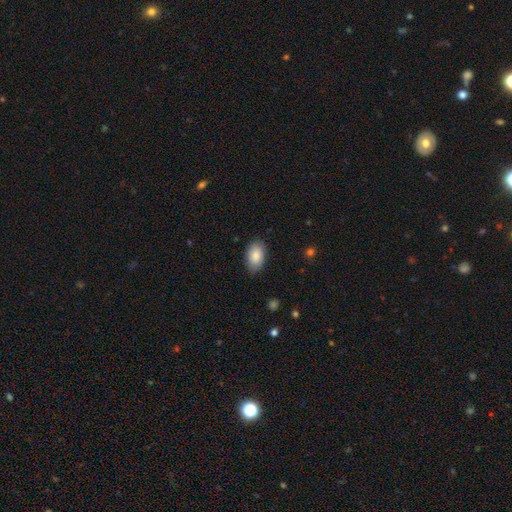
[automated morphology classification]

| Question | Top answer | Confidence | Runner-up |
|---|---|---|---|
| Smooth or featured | smooth | 86% | featured or disk (7%) |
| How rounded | in between | 92% | round (6%) |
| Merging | none | 80% | minor disturbance (16%) |